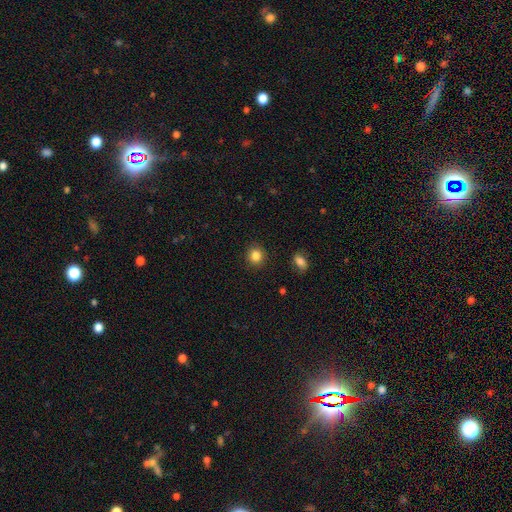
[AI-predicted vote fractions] Smooth or featured: smooth — 85% (star or artifact — 11%)
How rounded: round — 84% (in between — 15%)
Merging: none — 90% (minor disturbance — 7%)